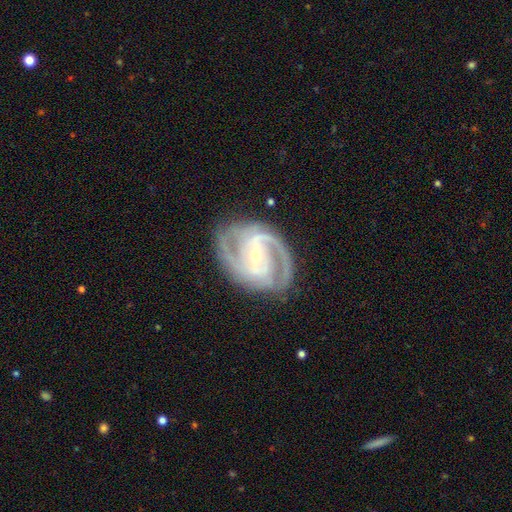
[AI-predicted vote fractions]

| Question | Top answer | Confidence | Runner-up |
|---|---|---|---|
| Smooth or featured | featured or disk | 92% | star or artifact (5%) |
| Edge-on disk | no | 97% | yes (3%) |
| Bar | weak | 40% | strong (36%) |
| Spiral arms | yes | 98% | no (2%) |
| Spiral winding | medium | 49% | tight (43%) |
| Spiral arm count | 2 | 64% | 3 (20%) |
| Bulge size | small | 59% | moderate (38%) |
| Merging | none | 78% | minor disturbance (15%) |